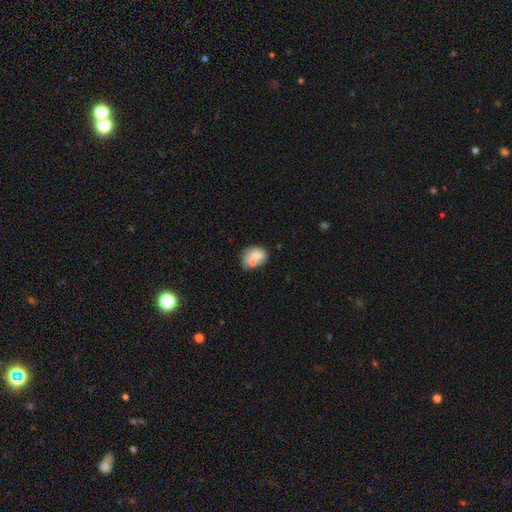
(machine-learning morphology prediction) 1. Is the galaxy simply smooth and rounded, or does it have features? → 67% smooth, 25% featured or disk, 8% star or artifact.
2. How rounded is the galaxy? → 59% in between, 40% round, 1% cigar-shaped.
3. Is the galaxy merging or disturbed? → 42% none, 31% merger, 20% minor disturbance, 8% major disturbance.